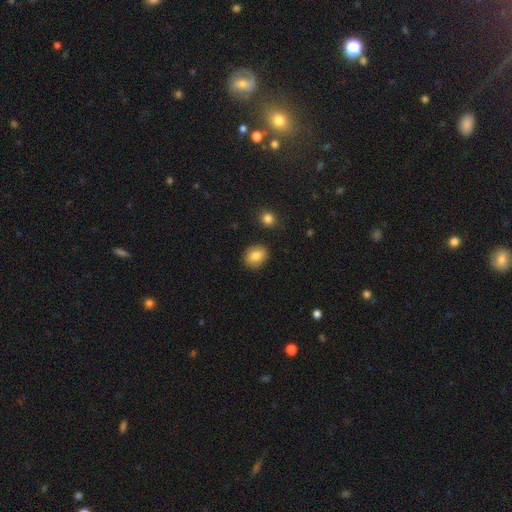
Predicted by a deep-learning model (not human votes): Morphology: type=smooth (82%); roundness=round (57%); merging=none (87%).